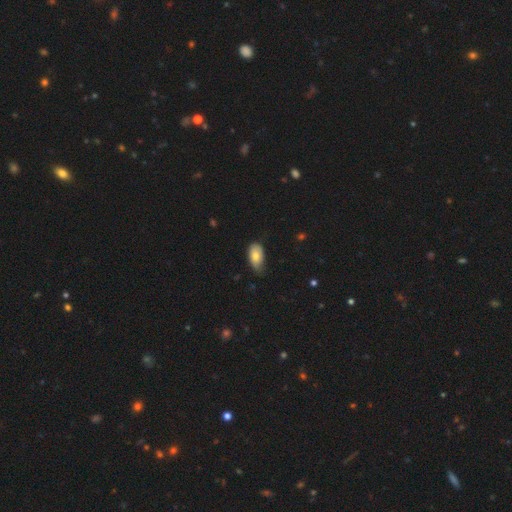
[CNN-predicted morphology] This is likely a smooth galaxy (79%). How rounded: clearly in between (93%). Merging: possibly none (55%).